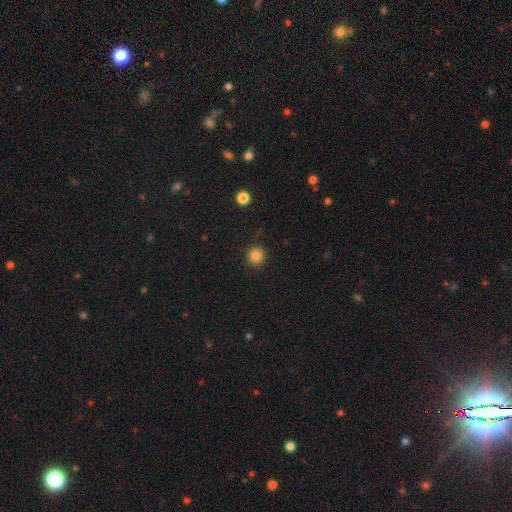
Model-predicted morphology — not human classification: Smooth or featured? smooth (85%)
How rounded? round (92%)
Merging? none (91%)